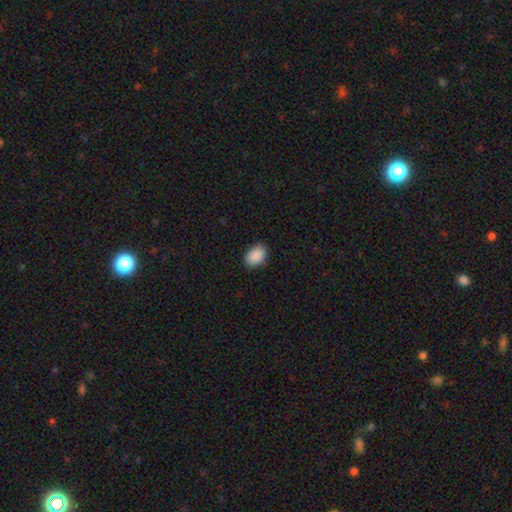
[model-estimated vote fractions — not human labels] A smooth galaxy with no disk features (90%) that is in between round and cigar-shaped (84%). Merging: none (87%).